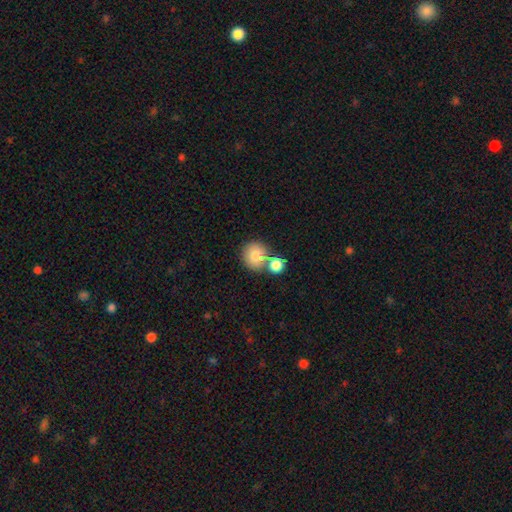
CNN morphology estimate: Smooth or featured? Predicted: smooth (p=0.79). How rounded? Predicted: round (p=0.85). Merging? Predicted: none (p=0.46).